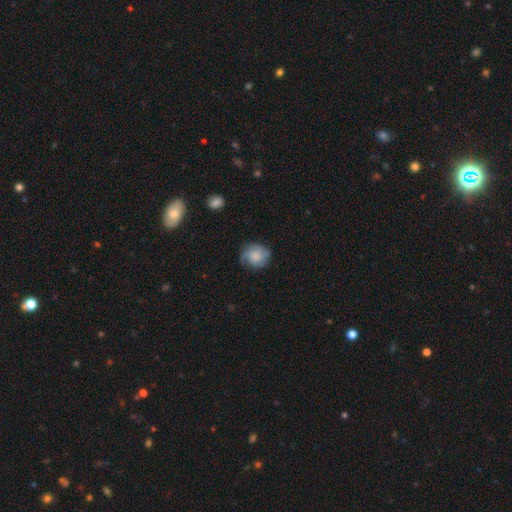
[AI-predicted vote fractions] Smooth or featured? Predicted: smooth (p=0.60). How rounded? Predicted: round (p=0.77). Merging? Predicted: none (p=0.66).